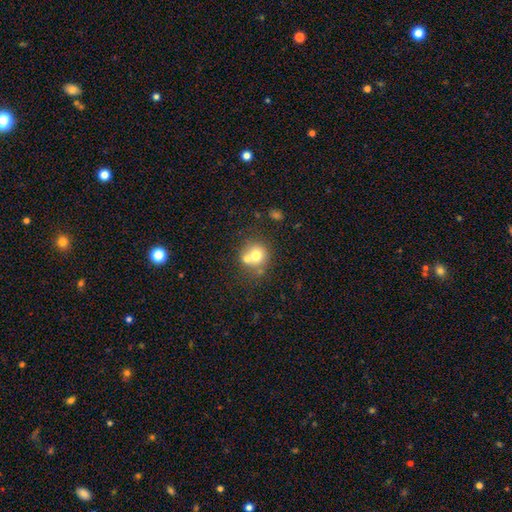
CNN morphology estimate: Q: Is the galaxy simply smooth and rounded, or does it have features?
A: smooth — 69%.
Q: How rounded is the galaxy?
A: round — 85%.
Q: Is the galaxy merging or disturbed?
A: none — 46%.